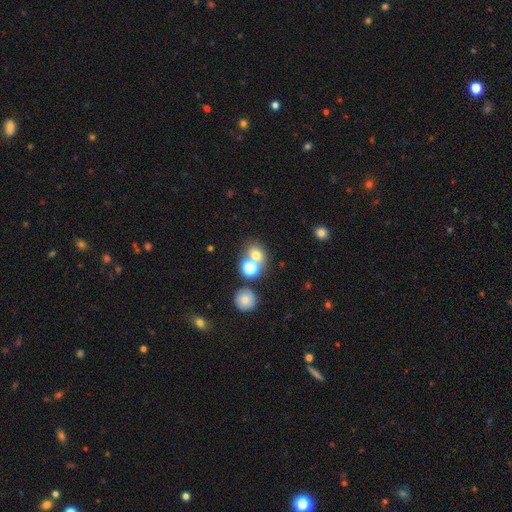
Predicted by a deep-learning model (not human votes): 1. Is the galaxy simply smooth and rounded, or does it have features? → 69% smooth, 17% star or artifact, 13% featured or disk.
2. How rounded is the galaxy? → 68% round, 31% in between, 1% cigar-shaped.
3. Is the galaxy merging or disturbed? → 48% none, 40% merger, 8% minor disturbance, 4% major disturbance.